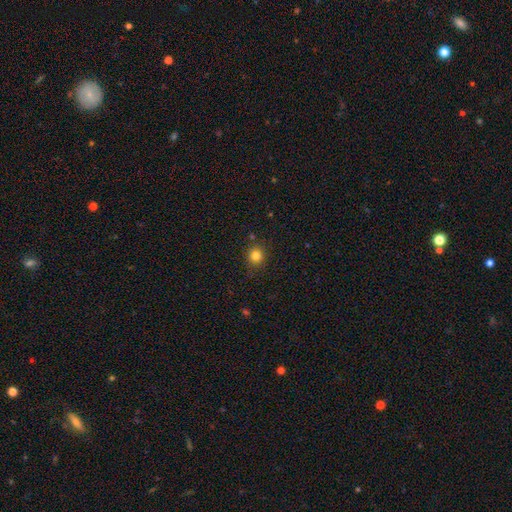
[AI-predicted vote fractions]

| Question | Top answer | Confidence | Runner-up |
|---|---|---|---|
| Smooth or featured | smooth | 81% | star or artifact (13%) |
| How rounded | round | 88% | in between (11%) |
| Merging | none | 85% | minor disturbance (10%) |